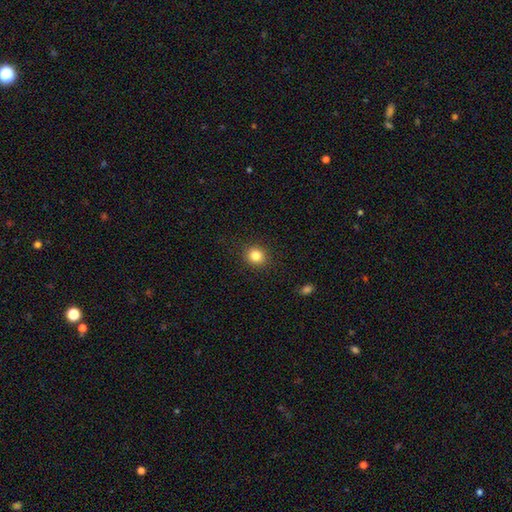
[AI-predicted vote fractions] Smooth or featured? smooth (84%)
How rounded? round (83%)
Merging? none (90%)